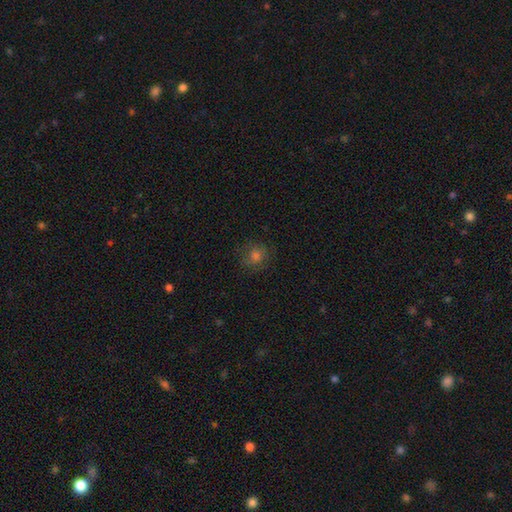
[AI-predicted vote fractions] A smooth galaxy with no disk features (65%) that is round (85%). Merging: none (81%).